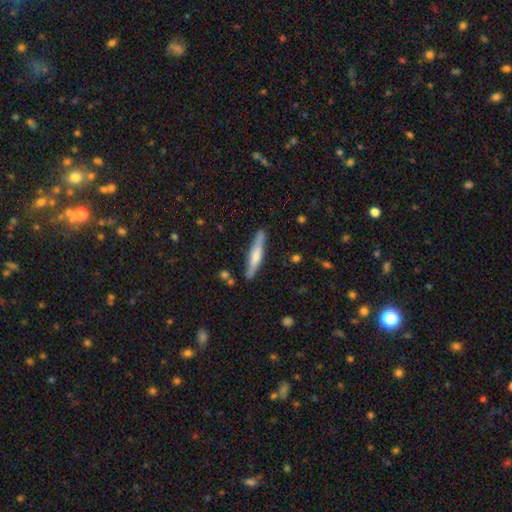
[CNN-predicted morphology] A smooth galaxy with no disk features (52%) that is cigar-shaped (90%).

Vote fractions:
- Smooth or featured? smooth: 52% / featured or disk: 42% / star or artifact: 6%
- How rounded? cigar-shaped: 90% / in between: 8% / round: 1%
- Merging? none: 83% / minor disturbance: 12% / merger: 3% / major disturbance: 2%